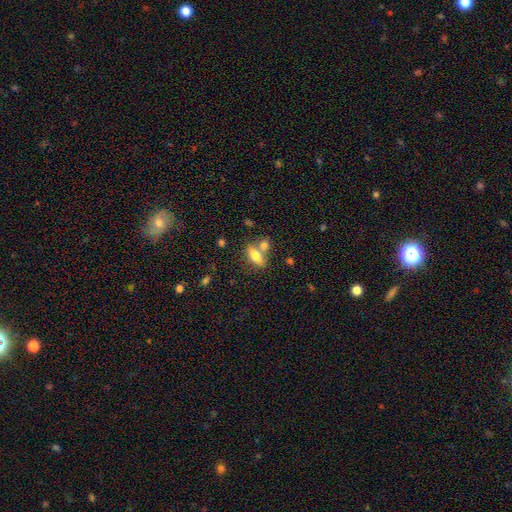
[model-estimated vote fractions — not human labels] The model was most divided on "merging": none: 53%, merger: 32%, minor disturbance: 11%, major disturbance: 4%. More confident: how rounded — in between (77%); smooth or featured — smooth (71%).